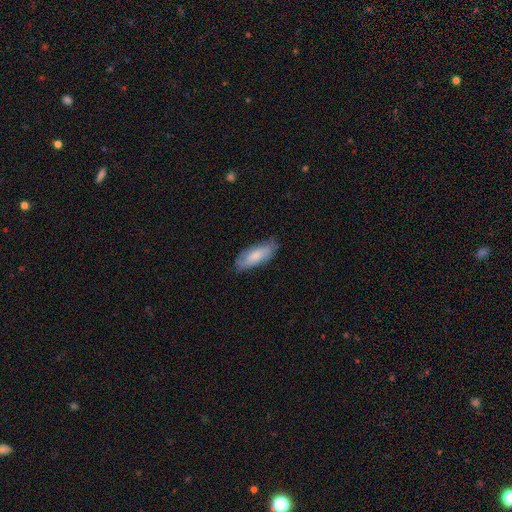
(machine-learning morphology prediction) Smooth or featured?
  - smooth: 70% *
  - featured or disk: 24%
  - star or artifact: 6%
How rounded?
  - in between: 75% *
  - cigar-shaped: 23%
  - round: 2%
Merging?
  - none: 74% *
  - minor disturbance: 21%
  - major disturbance: 4%
  - merger: 1%